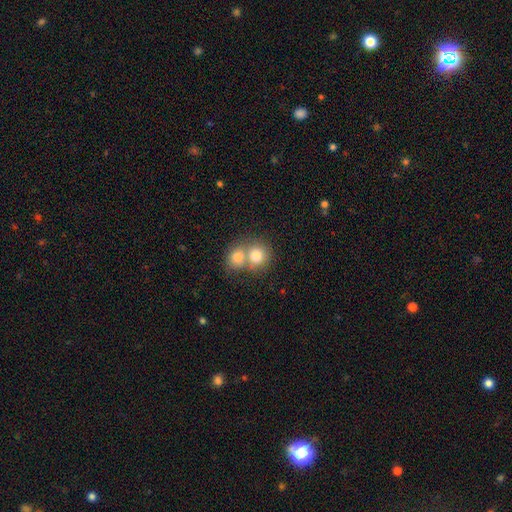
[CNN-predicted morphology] Smooth or featured? Predicted: smooth (p=0.78). How rounded? Predicted: round (p=0.81). Merging? Predicted: merger (p=0.59).